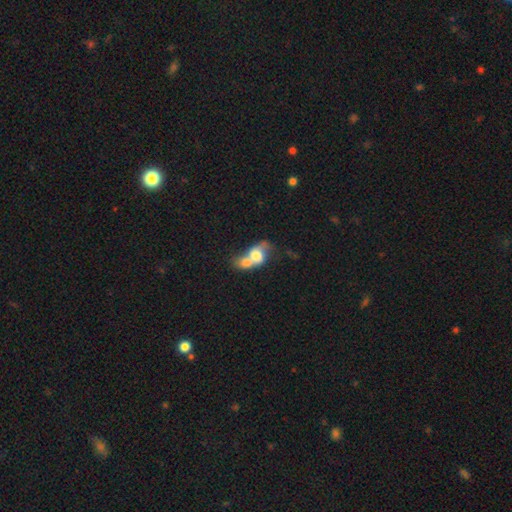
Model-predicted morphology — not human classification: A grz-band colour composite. It shows a smooth galaxy with no disk features (60%) that is in between round and cigar-shaped (60%). Merging: merger (79%).